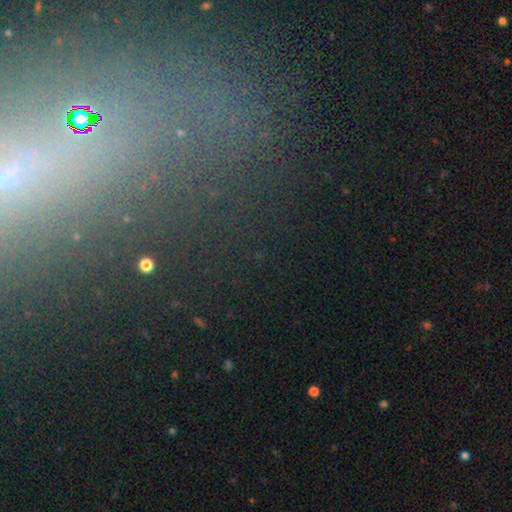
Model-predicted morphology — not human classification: A star or artifact, not a galaxy (64%).